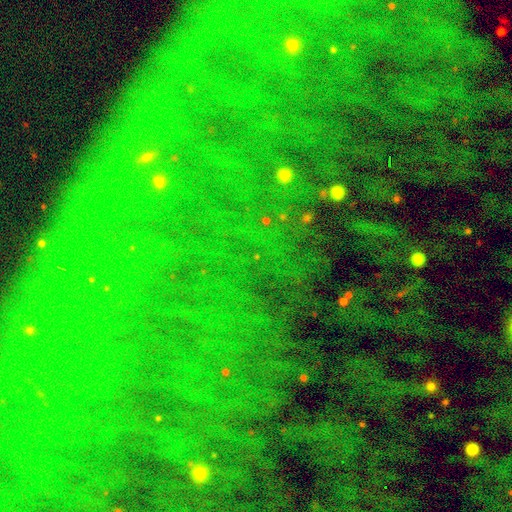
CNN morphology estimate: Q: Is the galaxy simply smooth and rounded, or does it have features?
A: star or artifact — 85%.